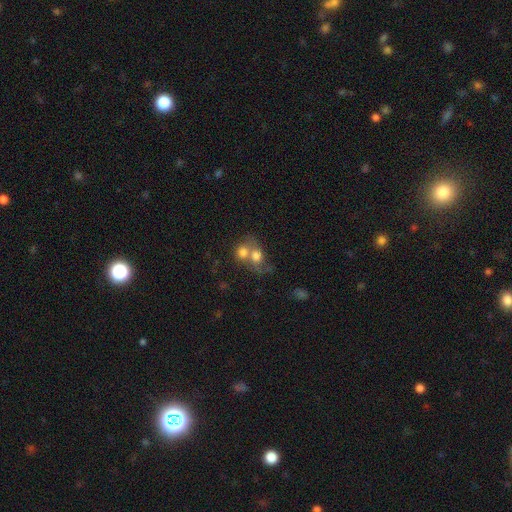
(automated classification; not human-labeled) smooth_or_featured: smooth (p=0.70) [alt: featured or disk p=0.20]
how_rounded: round (p=0.66) [alt: in between p=0.32]
merging: merger (p=0.70) [alt: none p=0.18]